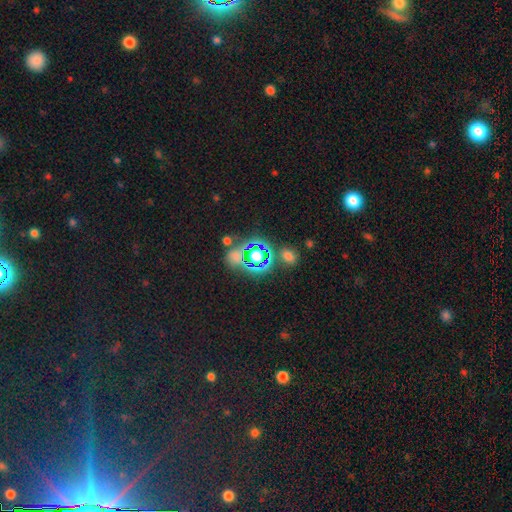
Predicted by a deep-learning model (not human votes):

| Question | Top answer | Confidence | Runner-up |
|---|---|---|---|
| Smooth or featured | star or artifact | 56% | smooth (32%) |